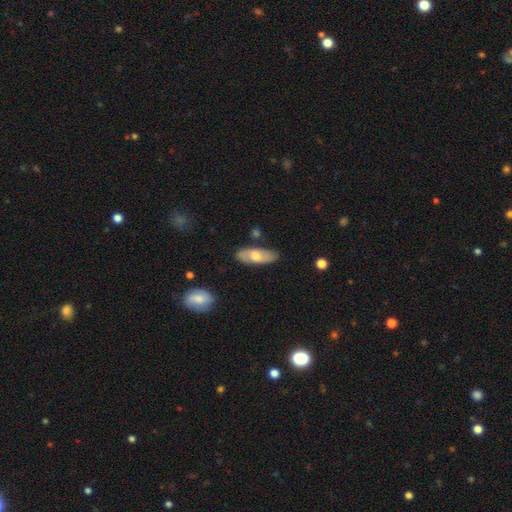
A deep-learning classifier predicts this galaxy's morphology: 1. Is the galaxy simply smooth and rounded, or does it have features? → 54% smooth, 40% featured or disk, 6% star or artifact.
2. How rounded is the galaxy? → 73% in between, 24% cigar-shaped, 3% round.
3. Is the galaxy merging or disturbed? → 82% none, 13% minor disturbance, 3% major disturbance, 2% merger.